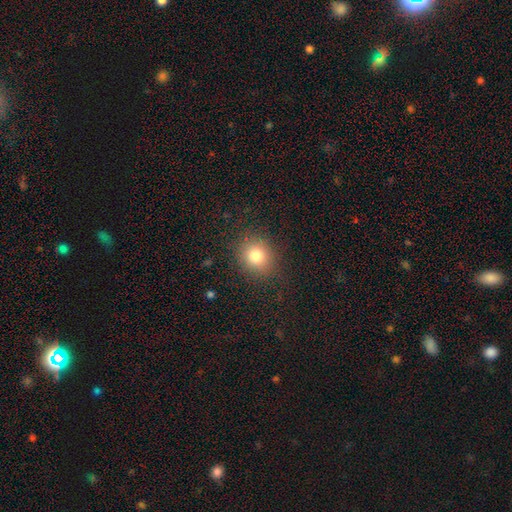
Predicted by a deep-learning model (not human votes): This appears to be a smooth galaxy with no disk features (80%) that is round (73%). Merging: none (85%).